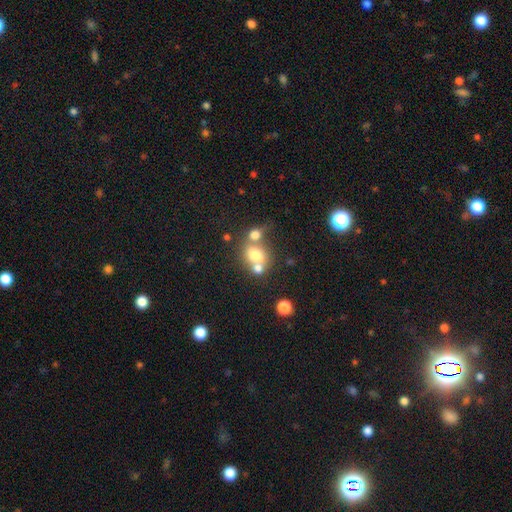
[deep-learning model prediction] Smooth or featured? Predicted: smooth (p=0.70). How rounded? Predicted: round (p=0.63). Merging? Predicted: merger (p=0.49).